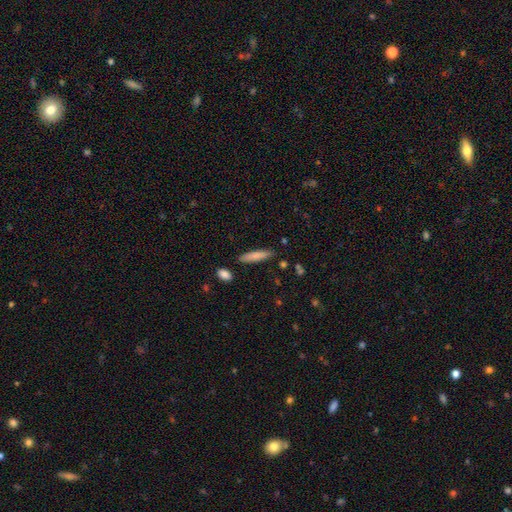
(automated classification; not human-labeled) A smooth galaxy with no disk features (79%) that is cigar-shaped (79%). Merging: none (84%).